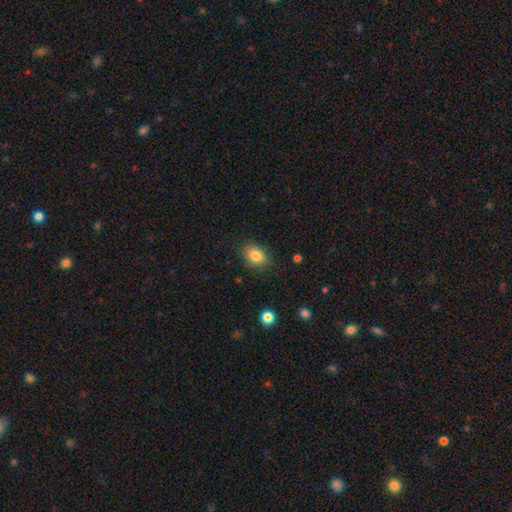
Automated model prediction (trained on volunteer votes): This appears to be a smooth galaxy with no disk features (84%) that is in between round and cigar-shaped (71%). Merging: none (83%).